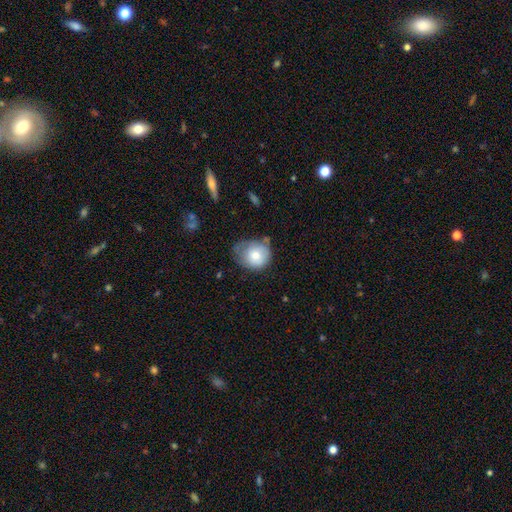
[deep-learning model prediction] Smooth or featured? Predicted: smooth (p=0.74). How rounded? Predicted: round (p=0.71). Merging? Predicted: minor disturbance (p=0.41).